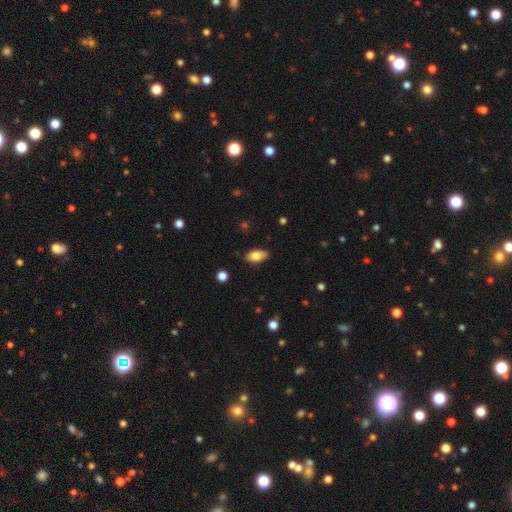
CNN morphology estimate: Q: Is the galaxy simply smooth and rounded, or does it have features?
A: smooth — 79%.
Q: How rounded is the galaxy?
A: in between — 92%.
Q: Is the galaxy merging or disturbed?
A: none — 85%.